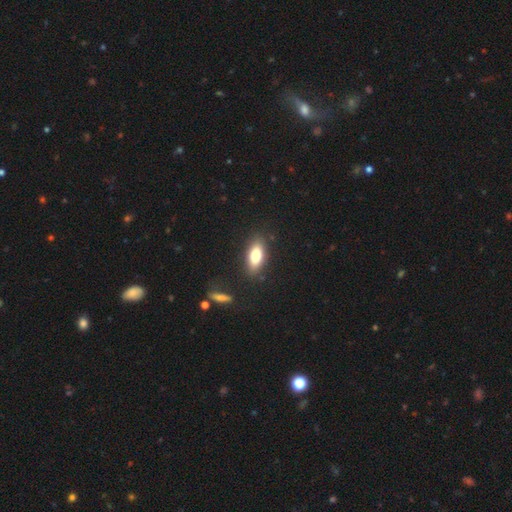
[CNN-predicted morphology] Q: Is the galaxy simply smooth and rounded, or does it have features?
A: smooth — 76%.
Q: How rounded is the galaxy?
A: in between — 82%.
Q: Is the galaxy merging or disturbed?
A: none — 84%.